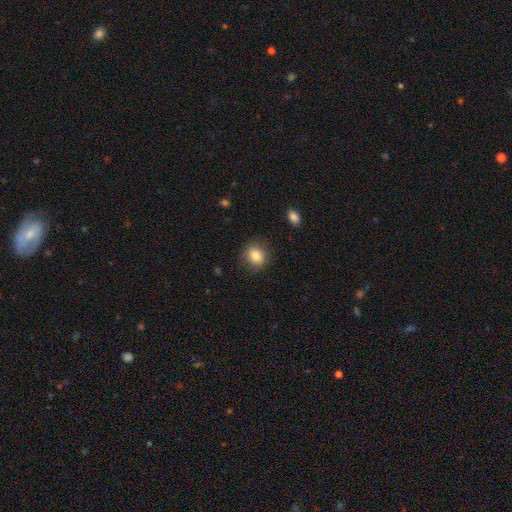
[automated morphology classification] Smooth or featured? smooth (85%)
How rounded? round (66%)
Merging? none (85%)